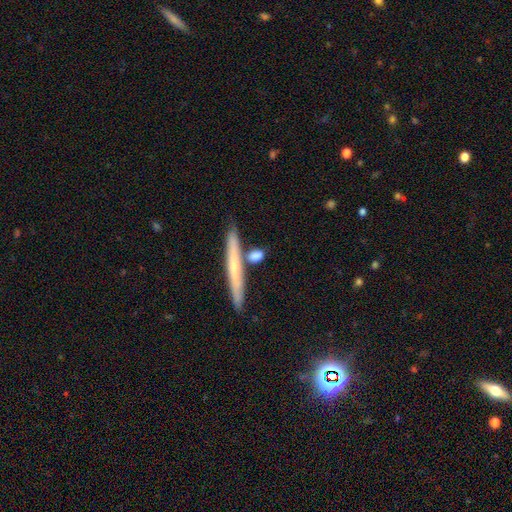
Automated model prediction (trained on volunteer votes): Smooth or featured? Predicted: smooth (p=0.68). How rounded? Predicted: cigar-shaped (p=0.62). Merging? Predicted: none (p=0.65).